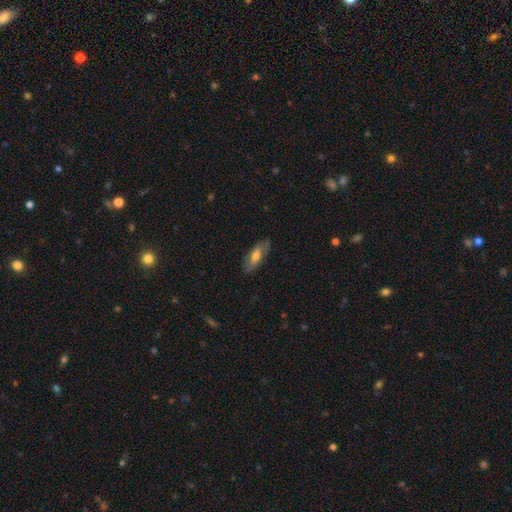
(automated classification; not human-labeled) Smooth or featured?
  - smooth: 62% *
  - featured or disk: 31%
  - star or artifact: 6%
How rounded?
  - in between: 67% *
  - cigar-shaped: 31%
  - round: 3%
Merging?
  - none: 82% *
  - minor disturbance: 14%
  - major disturbance: 3%
  - merger: 1%